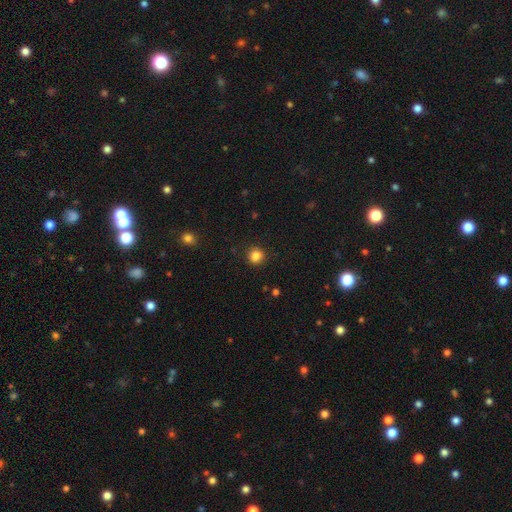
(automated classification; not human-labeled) A smooth galaxy with no disk features (85%) that is round (87%).

Vote fractions:
- Smooth or featured? smooth: 85% / star or artifact: 12% / featured or disk: 4%
- How rounded? round: 87% / in between: 12% / cigar-shaped: 1%
- Merging? none: 89% / minor disturbance: 7% / major disturbance: 2% / merger: 1%